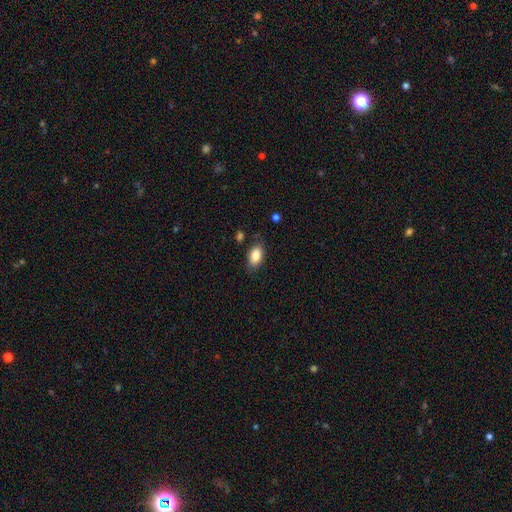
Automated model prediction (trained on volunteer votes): Q: Smooth or featured?
A: smooth (85%); runner-up: featured or disk (8%)
Q: How rounded?
A: in between (90%); runner-up: round (7%)
Q: Merging?
A: none (81%); runner-up: minor disturbance (14%)